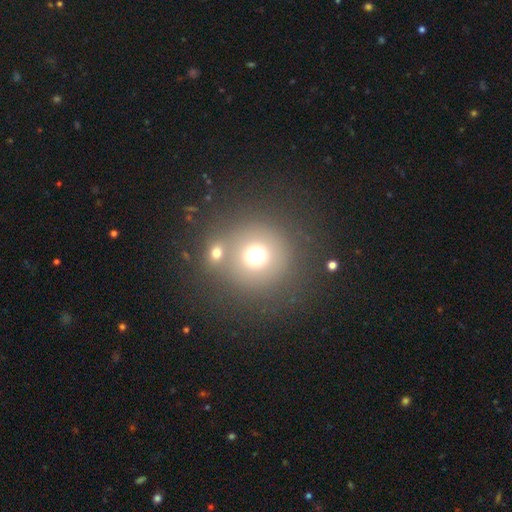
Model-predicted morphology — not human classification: type=smooth (68%); roundness=round (94%); merging=none (60%).